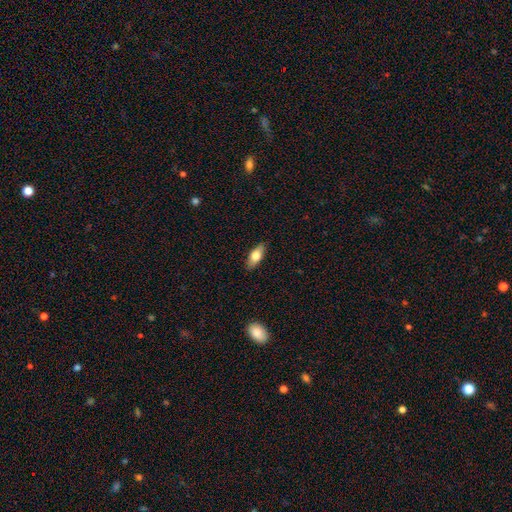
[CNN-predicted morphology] Smooth or featured? Predicted: smooth (p=0.71). How rounded? Predicted: in between (p=0.80). Merging? Predicted: none (p=0.87).